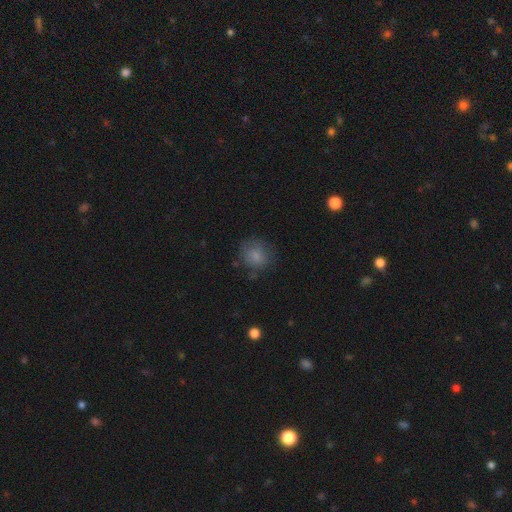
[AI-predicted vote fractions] smooth-or-featured: smooth: 81% | star or artifact: 10% | featured or disk: 9%
  how-rounded: round: 77% | in between: 22% | cigar-shaped: 1%
  merging: none: 70% | minor disturbance: 20% | major disturbance: 7% | merger: 2%